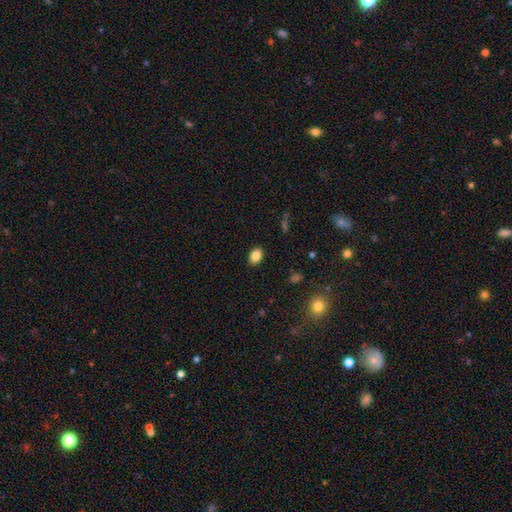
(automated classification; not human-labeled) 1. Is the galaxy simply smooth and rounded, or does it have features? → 85% smooth, 9% star or artifact, 6% featured or disk.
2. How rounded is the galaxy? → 79% in between, 20% round, 1% cigar-shaped.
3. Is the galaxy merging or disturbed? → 89% none, 8% minor disturbance, 2% major disturbance, 1% merger.